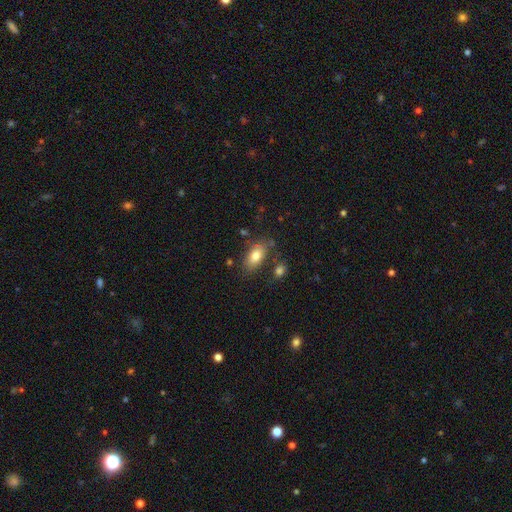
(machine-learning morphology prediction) smooth_or_featured: smooth (p=0.80) [alt: featured or disk p=0.13]
how_rounded: in between (p=0.90) [alt: round p=0.06]
merging: none (p=0.72) [alt: minor disturbance p=0.16]